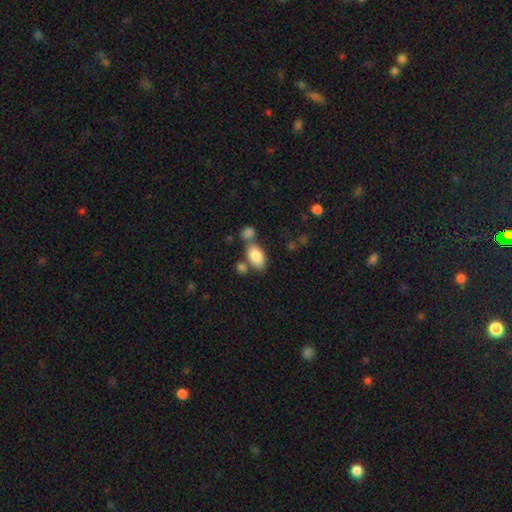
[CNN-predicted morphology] A smooth galaxy with no disk features (85%) that is in between round and cigar-shaped (92%).

Vote fractions:
- Smooth or featured? smooth: 85% / featured or disk: 8% / star or artifact: 7%
- How rounded? in between: 92% / round: 5% / cigar-shaped: 2%
- Merging? none: 59% / merger: 23% / minor disturbance: 13% / major disturbance: 4%